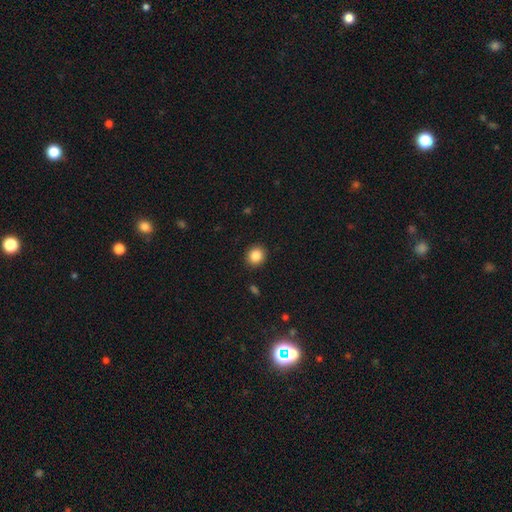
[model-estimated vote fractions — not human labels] smooth_or_featured: smooth (p=0.85) [alt: star or artifact p=0.10]
how_rounded: round (p=0.81) [alt: in between p=0.18]
merging: none (p=0.91) [alt: minor disturbance p=0.06]